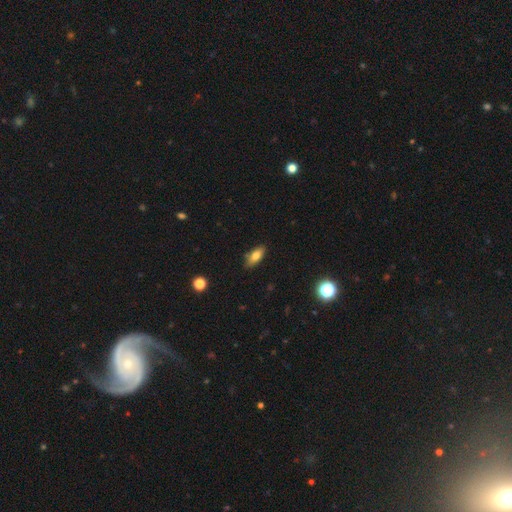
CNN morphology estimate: Smooth or featured? smooth (78%)
How rounded? in between (84%)
Merging? none (82%)